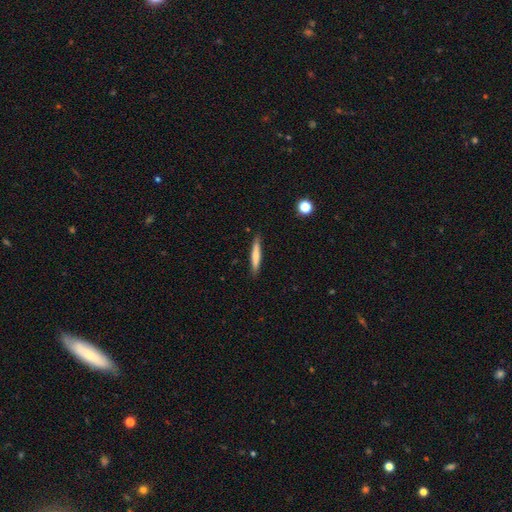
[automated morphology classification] This is likely a smooth galaxy (66%). How rounded: clearly cigar-shaped (93%). Merging: clearly none (88%).